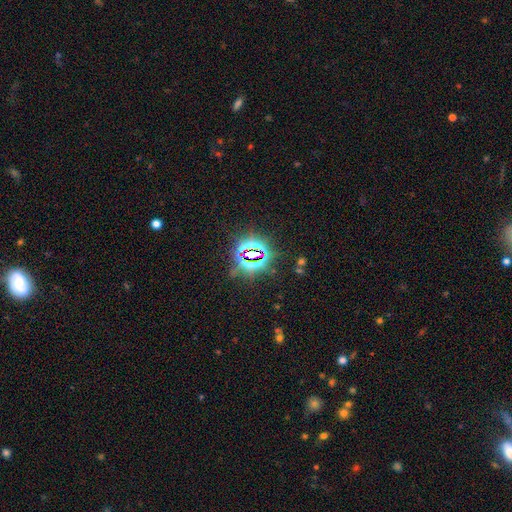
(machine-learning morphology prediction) smooth_or_featured: star or artifact (p=0.81) [alt: smooth p=0.11]